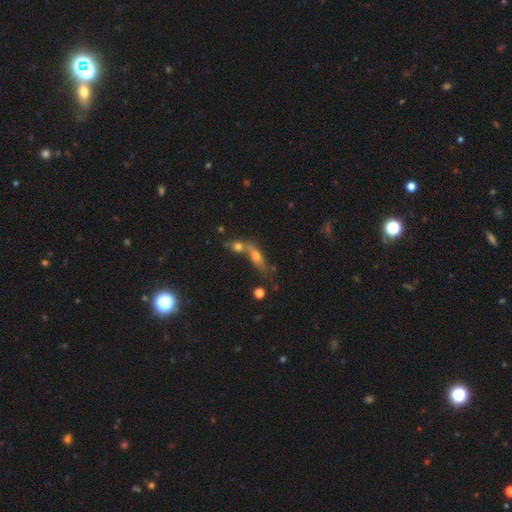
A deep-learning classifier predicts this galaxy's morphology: A star or artifact, not a galaxy (36%, tied with smooth).

Vote fractions:
- Smooth or featured? star or artifact: 36% (tied) / smooth: 36% (tied) / featured or disk: 28%